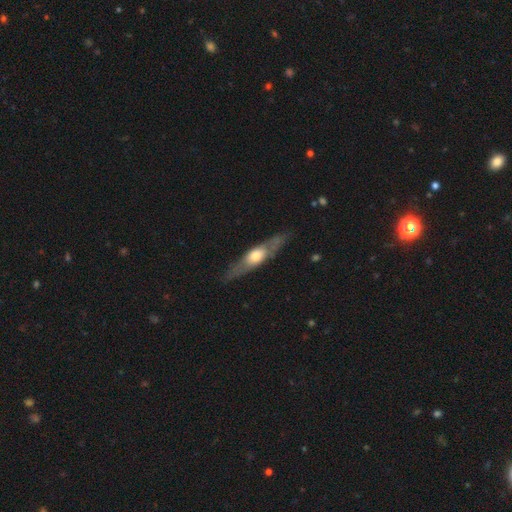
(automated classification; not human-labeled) Q: Smooth or featured?
A: featured or disk (61%); runner-up: smooth (34%)
Q: Edge-on disk?
A: yes (78%); runner-up: no (22%)
Q: Merging?
A: none (79%); runner-up: minor disturbance (15%)